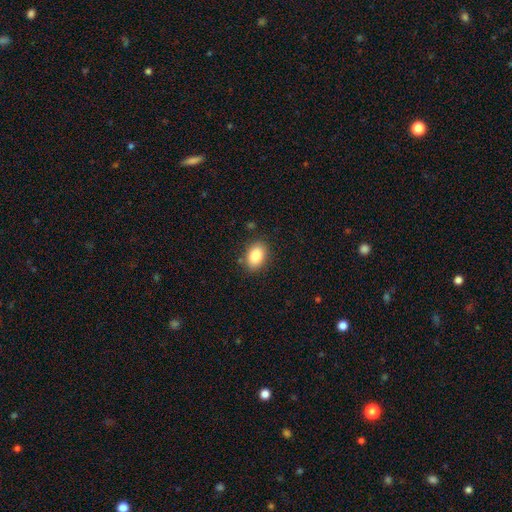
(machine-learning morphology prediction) Q: Smooth or featured?
A: smooth (83%); runner-up: star or artifact (9%)
Q: How rounded?
A: in between (79%); runner-up: round (20%)
Q: Merging?
A: none (85%); runner-up: minor disturbance (11%)